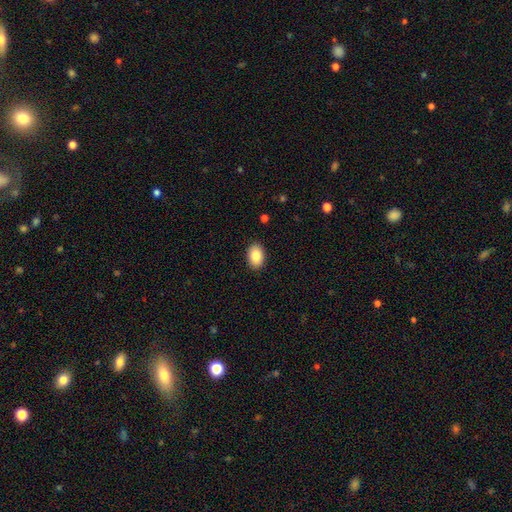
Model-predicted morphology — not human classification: A smooth galaxy with no disk features (87%) that is in between round and cigar-shaped (85%). Merging: none (90%).